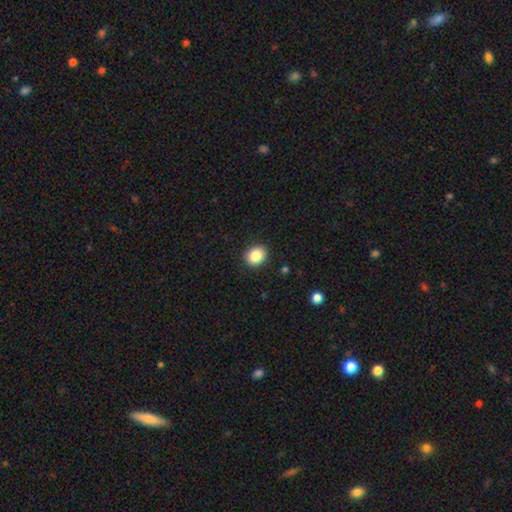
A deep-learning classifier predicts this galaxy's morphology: smooth_or_featured: smooth (p=0.85) [alt: star or artifact p=0.09]
how_rounded: round (p=0.66) [alt: in between p=0.33]
merging: none (p=0.91) [alt: minor disturbance p=0.07]